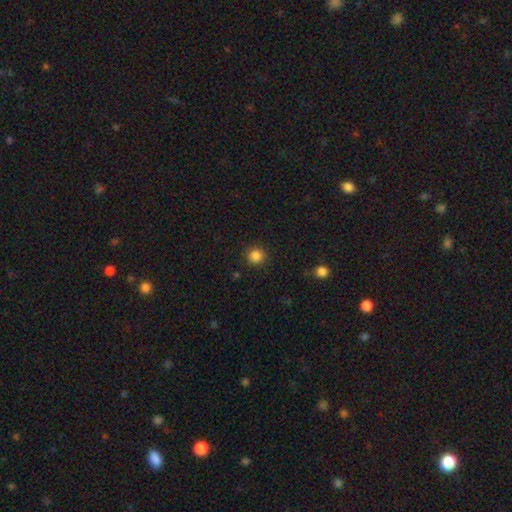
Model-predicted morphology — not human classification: The model was most divided on "smooth or featured": smooth: 85%, star or artifact: 12%, featured or disk: 3%. More confident: how rounded — round (93%); merging — none (91%).